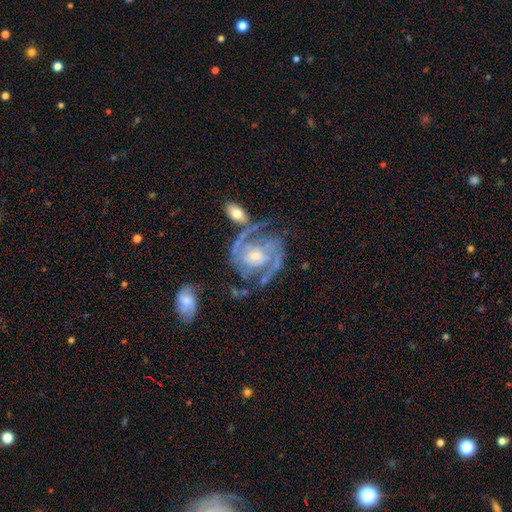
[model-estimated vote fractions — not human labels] A featured or disk galaxy (90%) with no bar (58%), 2 (72%) tight (53%) spiral arms (97%) and a small central bulge (46%). Merging: none (59%).